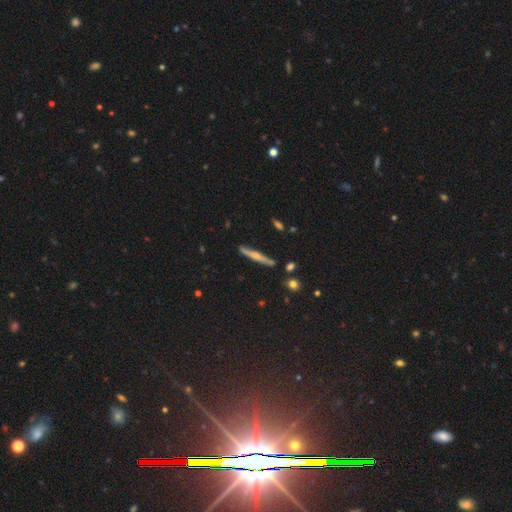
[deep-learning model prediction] Smooth or featured: featured or disk — 61% (smooth — 32%)
Edge-on disk: yes — 96% (no — 4%)
Edge-on bulge: rounded — 78% (none — 15%)
Merging: none — 86% (minor disturbance — 10%)